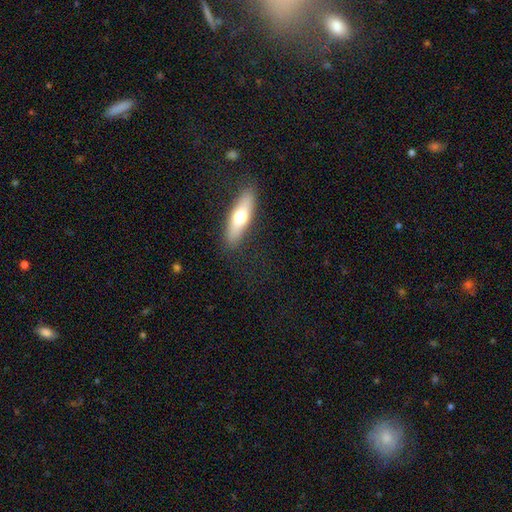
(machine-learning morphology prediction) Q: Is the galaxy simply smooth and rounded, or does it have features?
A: featured or disk — 50%.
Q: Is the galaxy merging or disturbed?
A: none — 72%.